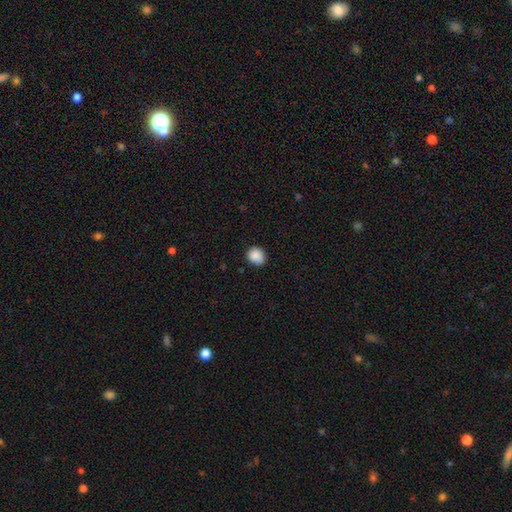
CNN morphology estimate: smooth 88%, star or artifact 8%, featured or disk 4%. Down the decision tree: how rounded — round (68%); merging — none (79%).